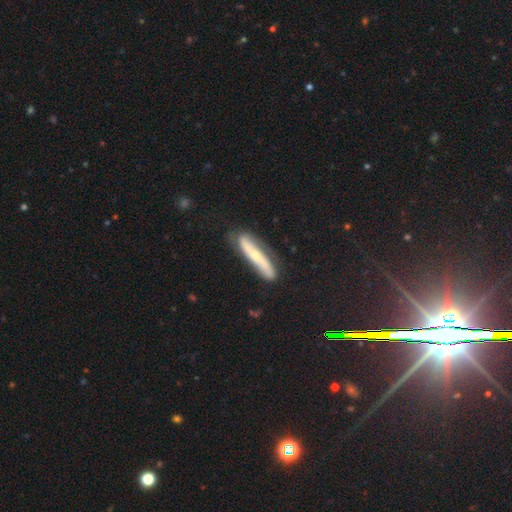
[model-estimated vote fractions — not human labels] Smooth or featured: featured or disk — 61% (smooth — 32%)
Edge-on disk: yes — 53% (no — 47%)
Merging: none — 78% (minor disturbance — 16%)